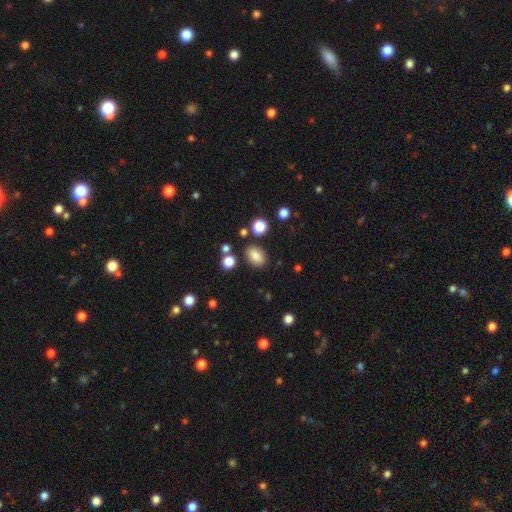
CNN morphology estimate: This appears to be a smooth galaxy with no disk features (83%) that is in between round and cigar-shaped (80%). Merging: none (81%).